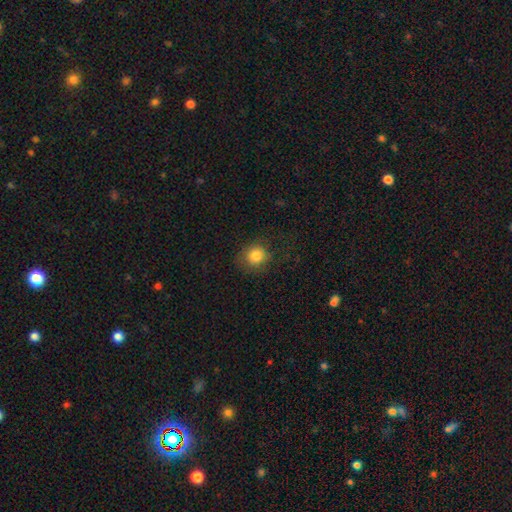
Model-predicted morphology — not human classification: smooth-or-featured: smooth: 83% | star or artifact: 11% | featured or disk: 7%
  how-rounded: round: 85% | in between: 14% | cigar-shaped: 1%
  merging: none: 79% | minor disturbance: 14% | major disturbance: 6% | merger: 1%